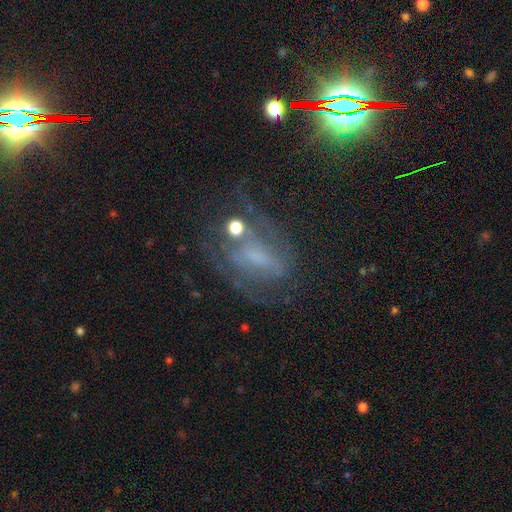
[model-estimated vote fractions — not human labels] Smooth or featured? featured or disk (59%)
Edge-on disk? no (93%)
Bar? no (40%)
Spiral arms? yes (67%)
Bulge size? small (35%)
Merging? none (47%)